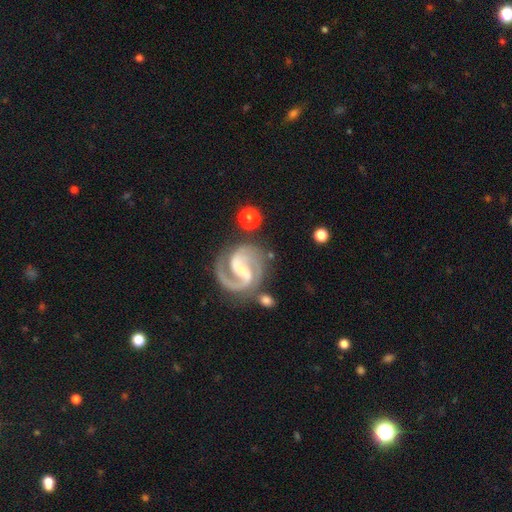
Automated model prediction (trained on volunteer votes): smooth-or-featured: featured or disk: 92% | star or artifact: 4% | smooth: 3%
  disk-edge-on: no: 98% | yes: 2%
    bar: weak: 43% | strong: 42% | no: 15%
    has-spiral-arms: yes: 98% | no: 2%
      spiral-winding: medium: 59% | tight: 31% | loose: 10%
      spiral-arm-count: 2: 92% | 1: 2% | 3: 2% | can't tell: 2% | 4: 1% | more than 4: 1%
    bulge-size: small: 49% | moderate: 26% | none: 21% | large: 3% | dominant: 1%
  merging: none: 73% | minor disturbance: 15% | major disturbance: 7% | merger: 5%